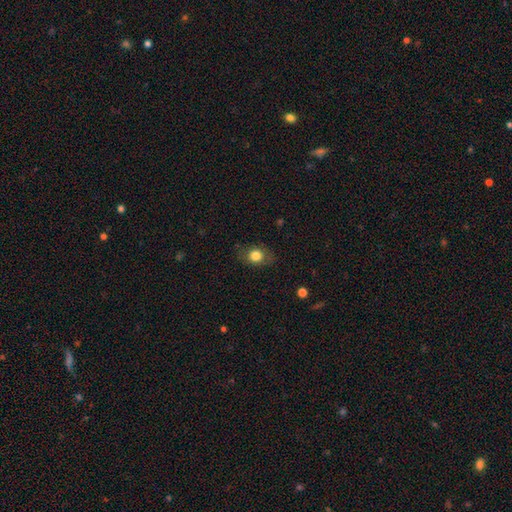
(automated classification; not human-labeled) smooth_or_featured: smooth (p=0.78) [alt: featured or disk p=0.13]
how_rounded: in between (p=0.52) [alt: round p=0.47]
merging: none (p=0.78) [alt: minor disturbance p=0.15]